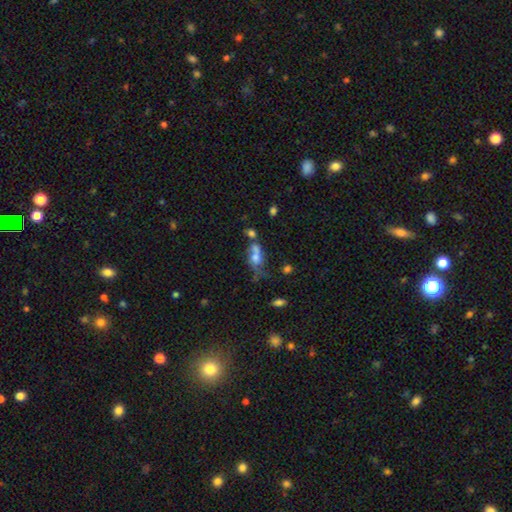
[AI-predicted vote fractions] Q: Smooth or featured?
A: smooth (54%); runner-up: featured or disk (32%)
Q: How rounded?
A: in between (72%); runner-up: round (17%)
Q: Merging?
A: merger (41%); runner-up: none (24%)